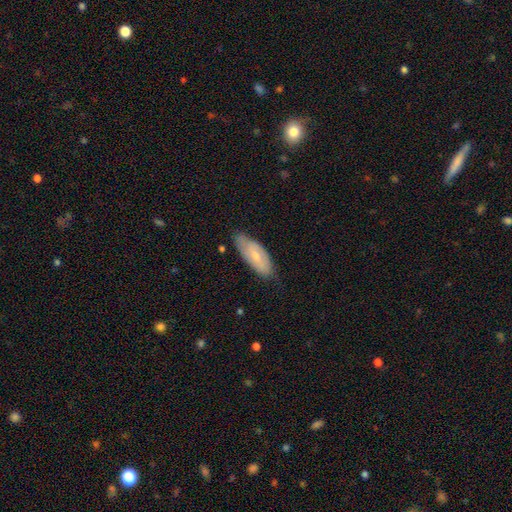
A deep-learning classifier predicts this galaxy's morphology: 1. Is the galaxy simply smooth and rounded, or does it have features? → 50% smooth, 44% featured or disk, 6% star or artifact.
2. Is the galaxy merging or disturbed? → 70% none, 24% minor disturbance, 4% major disturbance, 1% merger.